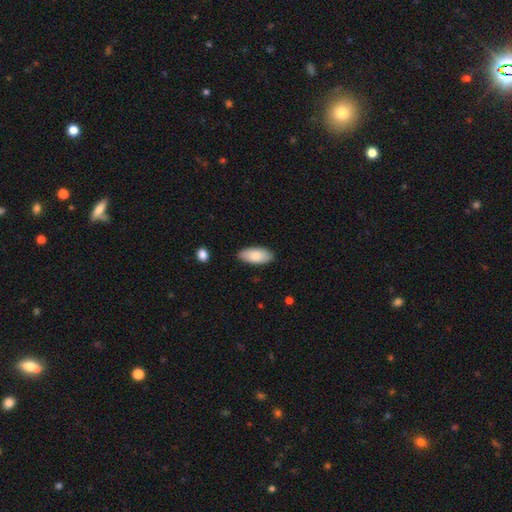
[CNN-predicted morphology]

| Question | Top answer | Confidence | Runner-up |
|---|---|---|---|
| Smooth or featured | smooth | 81% | featured or disk (13%) |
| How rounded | in between | 92% | cigar-shaped (6%) |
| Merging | none | 85% | minor disturbance (11%) |